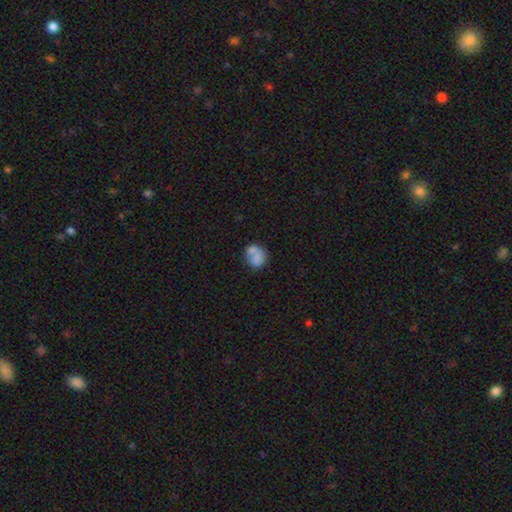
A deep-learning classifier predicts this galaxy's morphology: smooth-or-featured: smooth: 70% | featured or disk: 21% | star or artifact: 9%
  how-rounded: round: 66% | in between: 33% | cigar-shaped: 1%
  merging: none: 41% | merger: 36% | minor disturbance: 16% | major disturbance: 8%